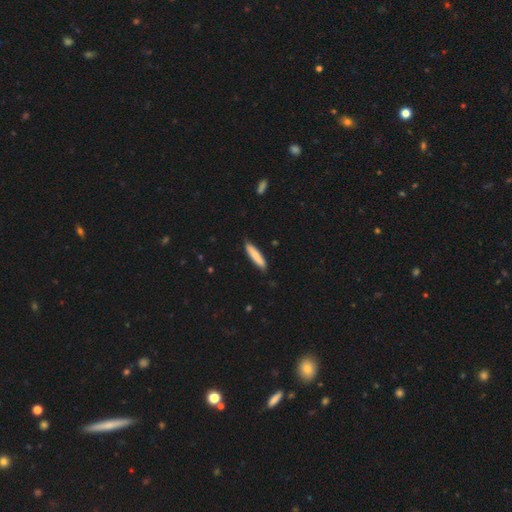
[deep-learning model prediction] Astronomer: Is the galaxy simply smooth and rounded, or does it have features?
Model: smooth — 80%.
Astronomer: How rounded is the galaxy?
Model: cigar-shaped — 87%.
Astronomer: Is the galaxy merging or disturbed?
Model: none — 86%.